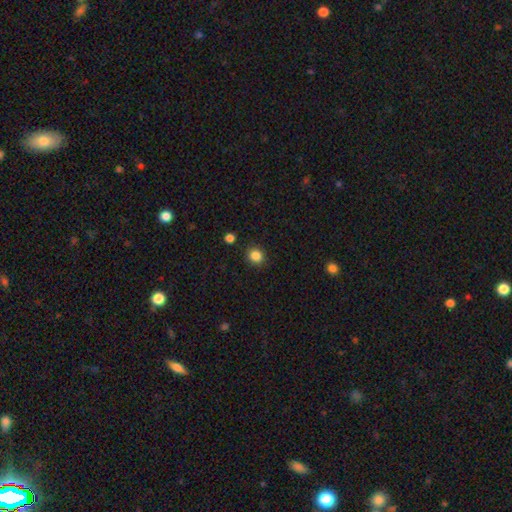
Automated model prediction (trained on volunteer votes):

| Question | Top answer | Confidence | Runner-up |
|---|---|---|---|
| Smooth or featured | smooth | 85% | star or artifact (11%) |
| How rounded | round | 83% | in between (16%) |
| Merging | none | 90% | minor disturbance (6%) |